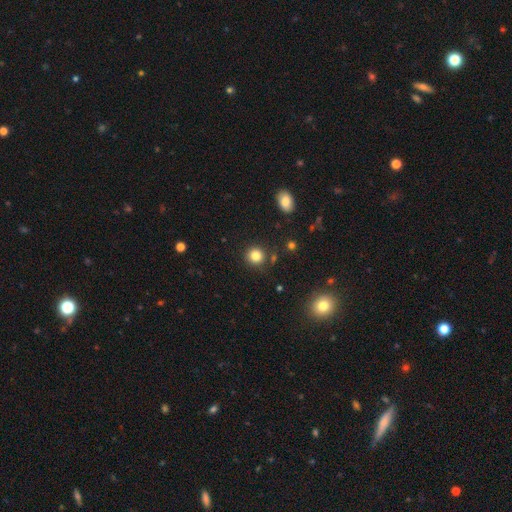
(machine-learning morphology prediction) A smooth galaxy with no disk features (84%) that is round (90%). Merging: none (87%).